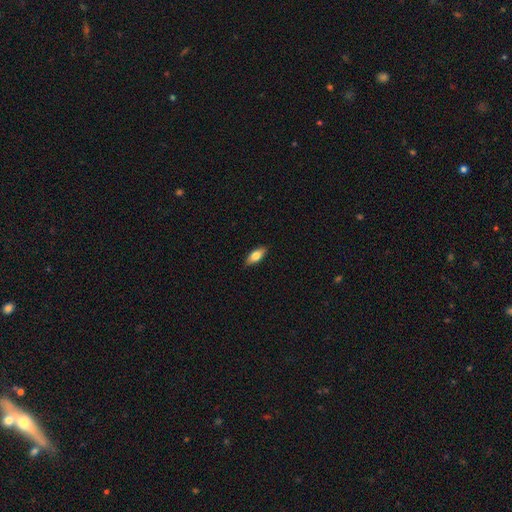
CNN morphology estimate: type=smooth (75%); roundness=in between (80%); merging=none (88%).